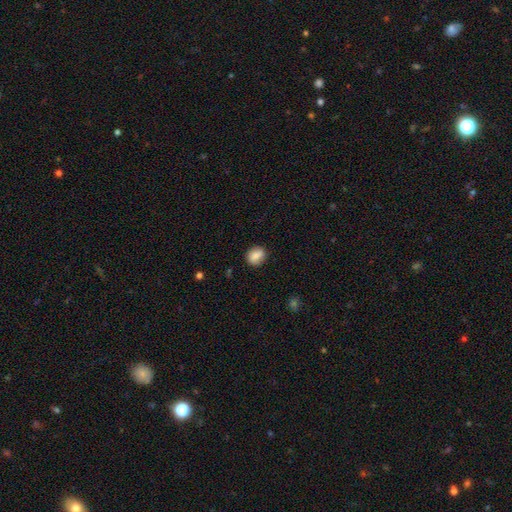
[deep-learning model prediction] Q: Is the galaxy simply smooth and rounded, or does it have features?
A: smooth — 81%.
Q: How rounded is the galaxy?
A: round — 59%.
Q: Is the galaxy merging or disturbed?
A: none — 81%.